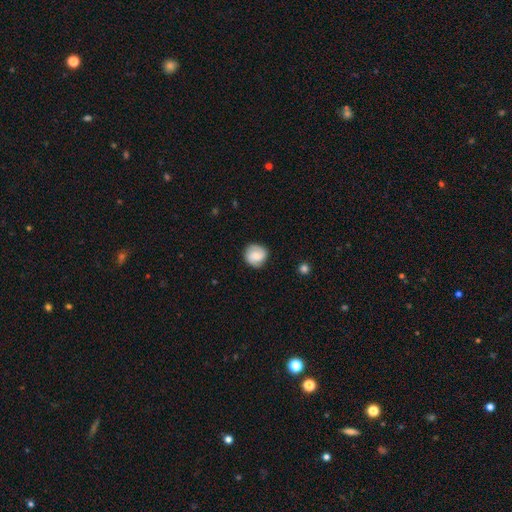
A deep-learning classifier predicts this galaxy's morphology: A smooth galaxy with no disk features (61%) that is round (87%). Merging: none (83%).